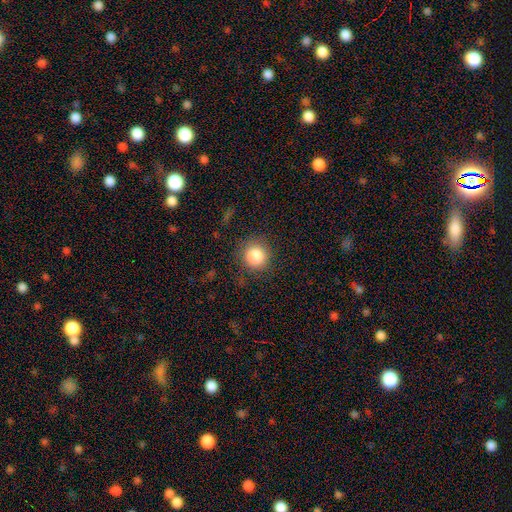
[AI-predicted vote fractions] A smooth galaxy with no disk features (84%) that is round (92%).

Vote fractions:
- Smooth or featured? smooth: 84% / star or artifact: 10% / featured or disk: 5%
- How rounded? round: 92% / in between: 7% / cigar-shaped: 1%
- Merging? none: 83% / minor disturbance: 11% / major disturbance: 5% / merger: 1%